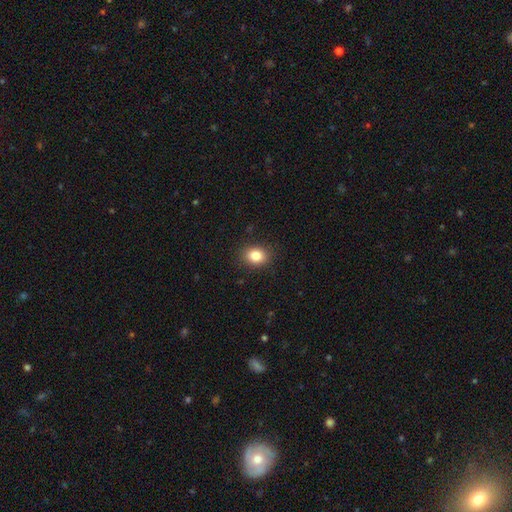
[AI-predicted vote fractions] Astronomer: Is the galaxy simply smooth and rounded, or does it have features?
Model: smooth — 83%.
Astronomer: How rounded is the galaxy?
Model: in between — 53% (runner-up: round, 46%).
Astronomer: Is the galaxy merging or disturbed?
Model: none — 88%.